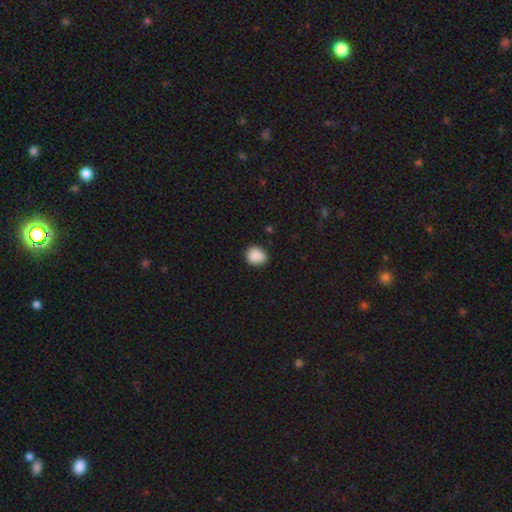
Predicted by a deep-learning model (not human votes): This is clearly a smooth galaxy (89%). How rounded: likely round (69%). Merging: clearly none (82%).